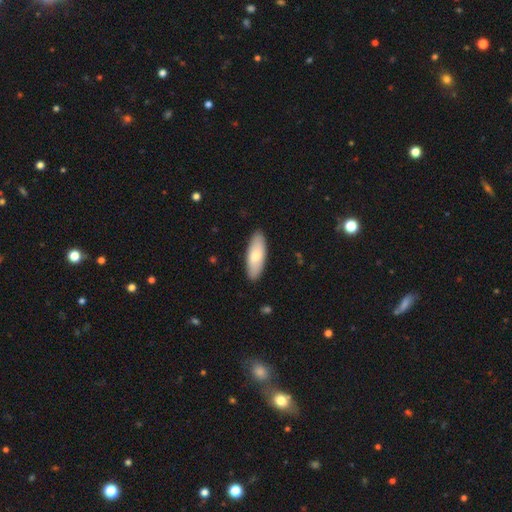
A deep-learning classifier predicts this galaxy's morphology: Q: Smooth or featured?
A: smooth (74%); runner-up: featured or disk (21%)
Q: How rounded?
A: in between (72%); runner-up: cigar-shaped (26%)
Q: Merging?
A: none (89%); runner-up: minor disturbance (8%)